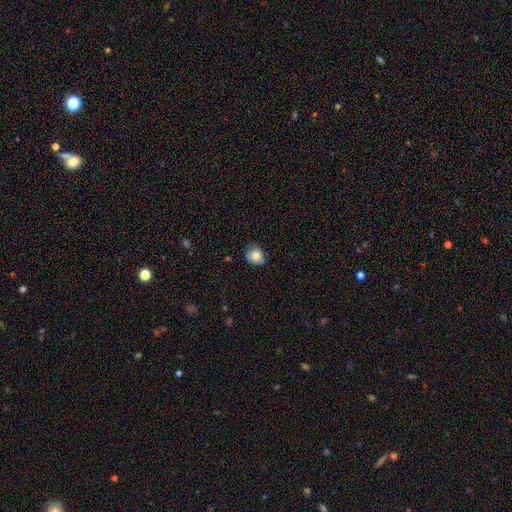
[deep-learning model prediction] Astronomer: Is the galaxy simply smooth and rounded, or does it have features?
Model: smooth — 82%.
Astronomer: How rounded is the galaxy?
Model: round — 79%.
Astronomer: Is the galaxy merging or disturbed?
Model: none — 73%.